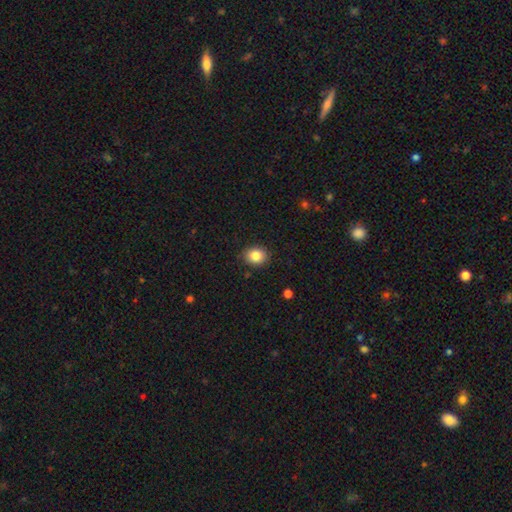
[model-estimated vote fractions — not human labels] Q: Smooth or featured?
A: smooth (85%); runner-up: star or artifact (9%)
Q: How rounded?
A: round (56%); runner-up: in between (43%)
Q: Merging?
A: none (88%); runner-up: minor disturbance (9%)